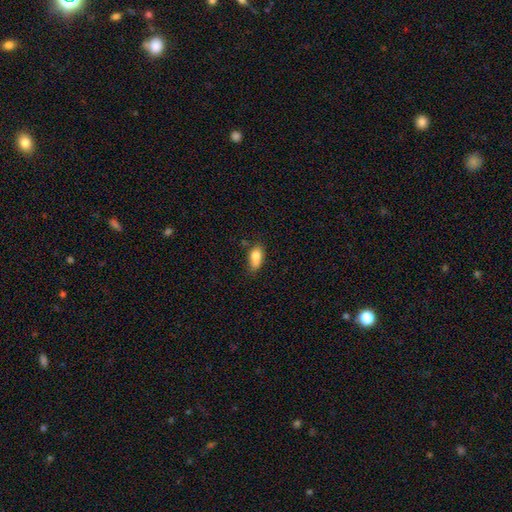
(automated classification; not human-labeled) Overall: smooth (80%). How rounded: in between (84%). Merging: none (47%; minor disturbance 34%).